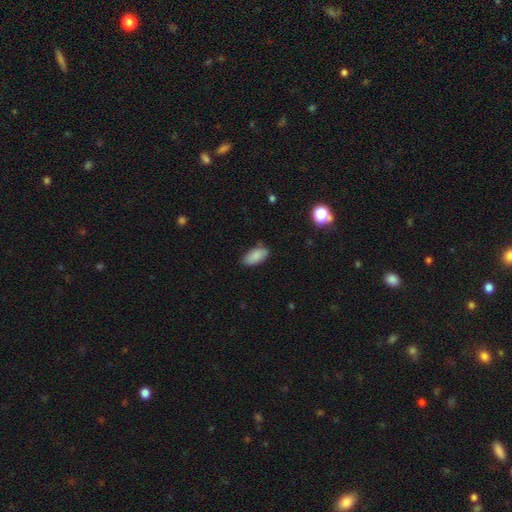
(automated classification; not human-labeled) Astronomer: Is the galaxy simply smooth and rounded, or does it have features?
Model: smooth — 87%.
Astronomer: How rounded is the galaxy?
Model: in between — 93%.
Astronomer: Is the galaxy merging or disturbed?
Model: none — 80%.